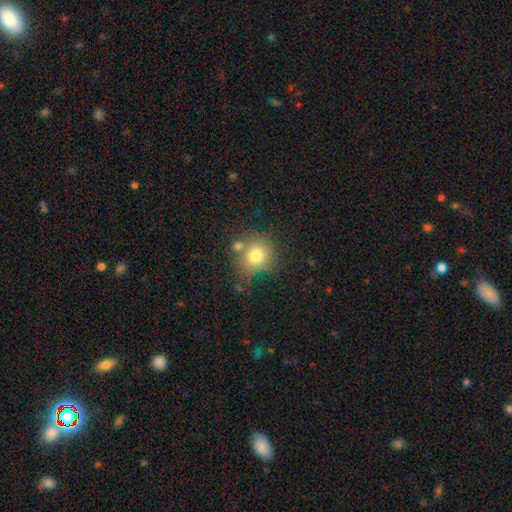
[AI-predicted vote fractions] A smooth galaxy with no disk features (75%) that is round (83%). Merging: none (64%).